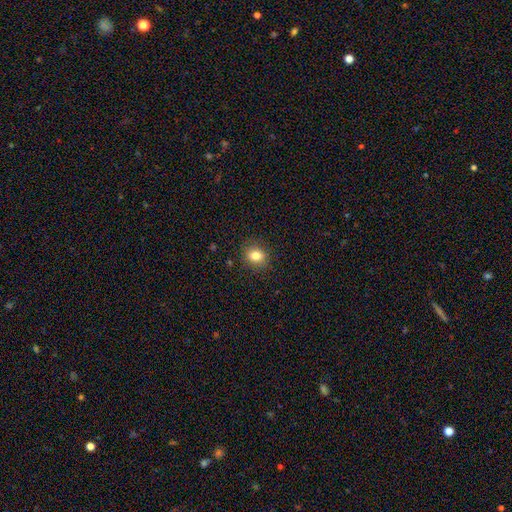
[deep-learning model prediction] Q: Smooth or featured?
A: smooth (82%); runner-up: star or artifact (10%)
Q: How rounded?
A: round (53%); runner-up: in between (46%)
Q: Merging?
A: none (87%); runner-up: minor disturbance (9%)